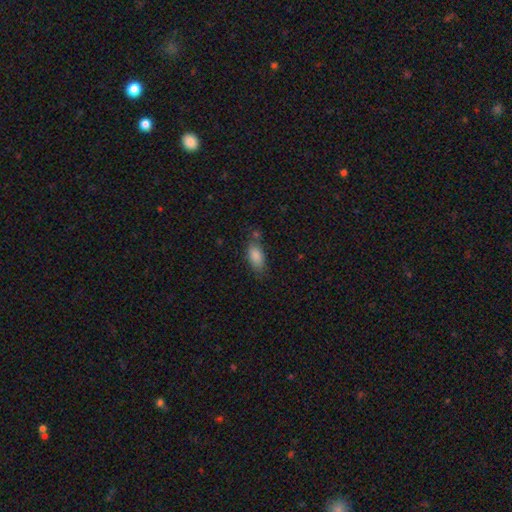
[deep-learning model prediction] This appears to be a smooth galaxy with no disk features (85%) that is in between round and cigar-shaped (86%). Merging: none (64%).